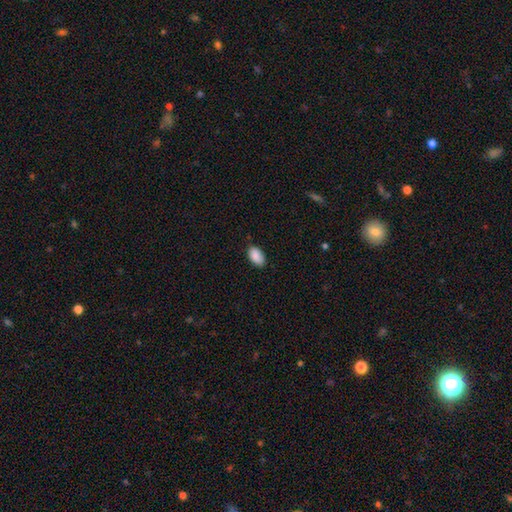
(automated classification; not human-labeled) Q: Smooth or featured?
A: smooth (90%); runner-up: star or artifact (7%)
Q: How rounded?
A: in between (94%); runner-up: round (4%)
Q: Merging?
A: none (84%); runner-up: minor disturbance (13%)